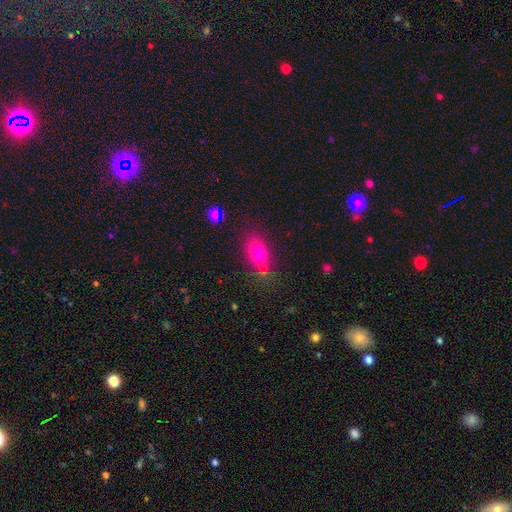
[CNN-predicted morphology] smooth 69%, star or artifact 17%, featured or disk 14%. Down the decision tree: how rounded — in between (66%); merging — none (59%).